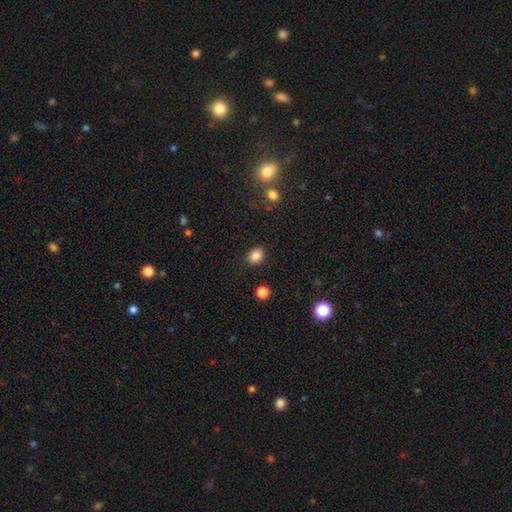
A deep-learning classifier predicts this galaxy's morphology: Smooth or featured? Predicted: smooth (p=0.85). How rounded? Predicted: in between (p=0.58). Merging? Predicted: none (p=0.85).